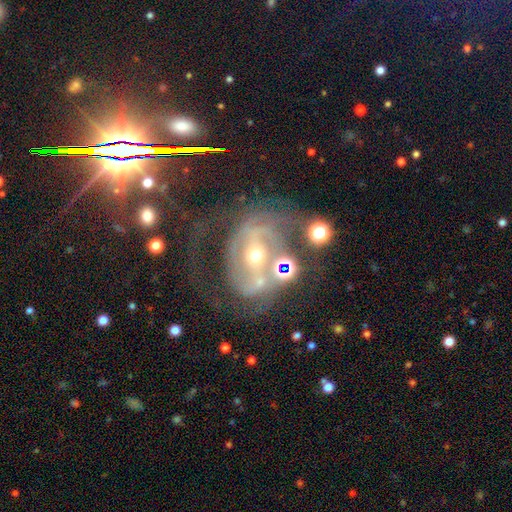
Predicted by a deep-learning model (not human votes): This is likely a featured or disk galaxy (78%). It is clearly not viewed edge-on (96%). Bar: possibly strong (45%). Spiral arm pattern: clearly yes (82%). Spiral arm count: likely 2 (63%). Spiral winding: marginally medium (44%). Central bulge: possibly moderate (49%). Merging: possibly none (46%).